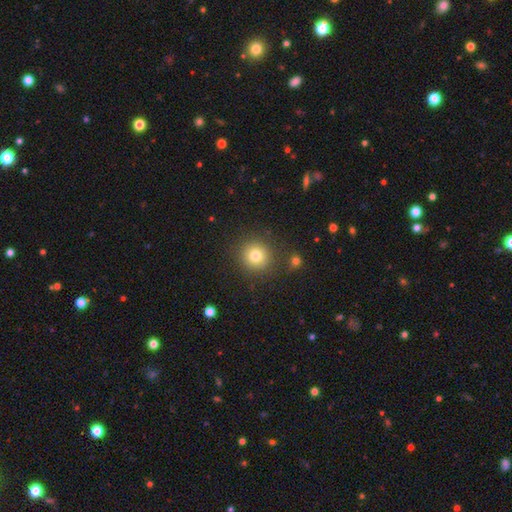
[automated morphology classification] Q: Smooth or featured?
A: smooth (79%); runner-up: star or artifact (13%)
Q: How rounded?
A: round (92%); runner-up: in between (7%)
Q: Merging?
A: none (85%); runner-up: minor disturbance (8%)